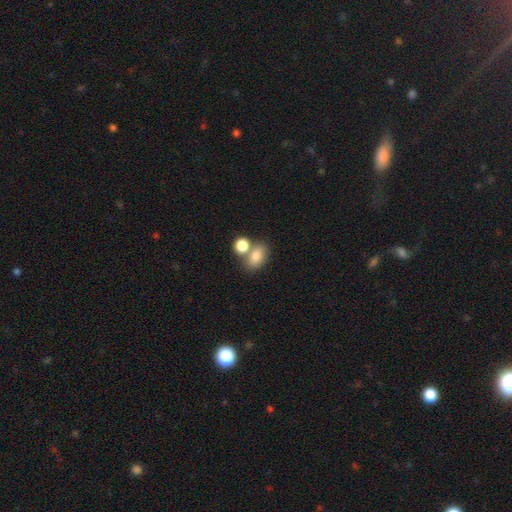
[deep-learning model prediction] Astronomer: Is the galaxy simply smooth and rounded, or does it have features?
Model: smooth — 81%.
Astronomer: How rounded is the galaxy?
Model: in between — 77%.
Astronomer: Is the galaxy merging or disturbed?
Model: none — 47% (runner-up: merger, 38%).